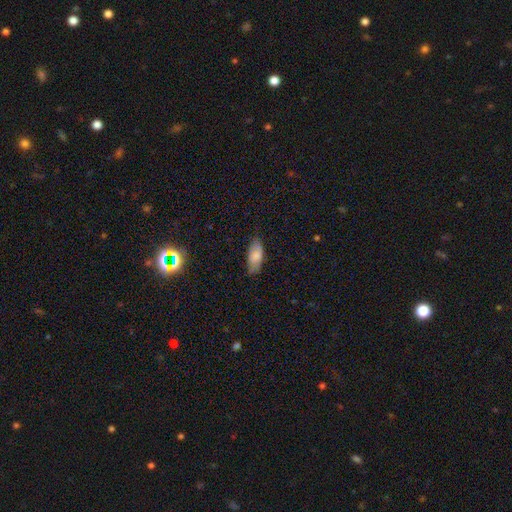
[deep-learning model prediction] Morphology: type=smooth (74%); roundness=in between (86%); merging=none (68%).